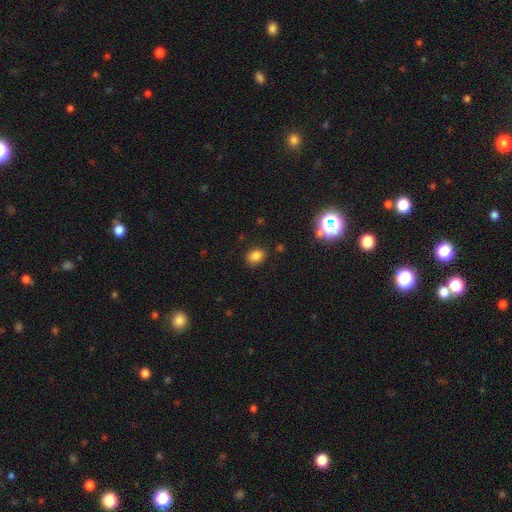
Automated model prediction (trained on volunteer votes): Smooth or featured: smooth — 81% (star or artifact — 13%)
How rounded: in between — 57% (round — 41%)
Merging: none — 85% (minor disturbance — 10%)